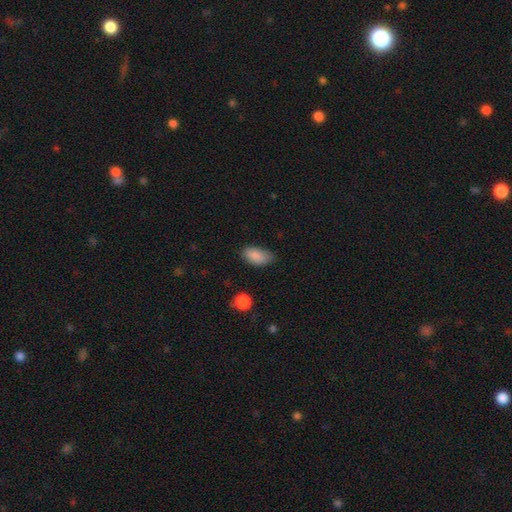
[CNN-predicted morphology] Overall: smooth (87%). How rounded: in between (92%). Merging: none (67%).